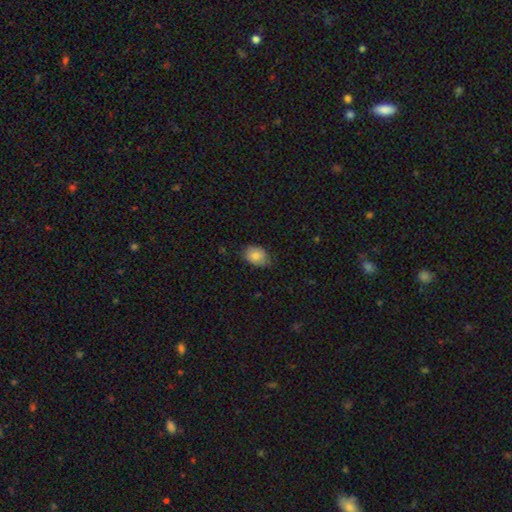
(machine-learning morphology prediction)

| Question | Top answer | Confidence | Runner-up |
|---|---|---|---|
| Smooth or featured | smooth | 83% | featured or disk (9%) |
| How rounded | in between | 73% | round (26%) |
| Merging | none | 70% | minor disturbance (25%) |